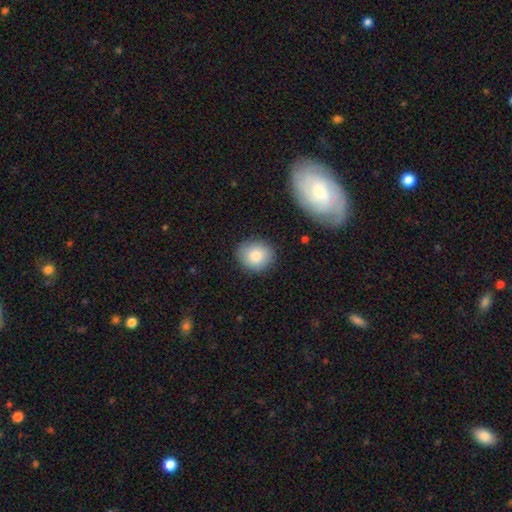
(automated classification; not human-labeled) Smooth or featured? Predicted: smooth (p=0.84). How rounded? Predicted: round (p=0.79). Merging? Predicted: none (p=0.86).